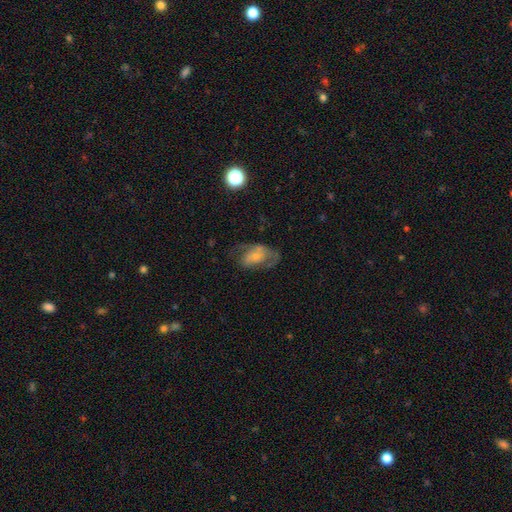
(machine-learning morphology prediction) smooth-or-featured: featured or disk: 48% | smooth: 44% | star or artifact: 8%
  merging: none: 40% | major disturbance: 31% | minor disturbance: 25% | merger: 4%